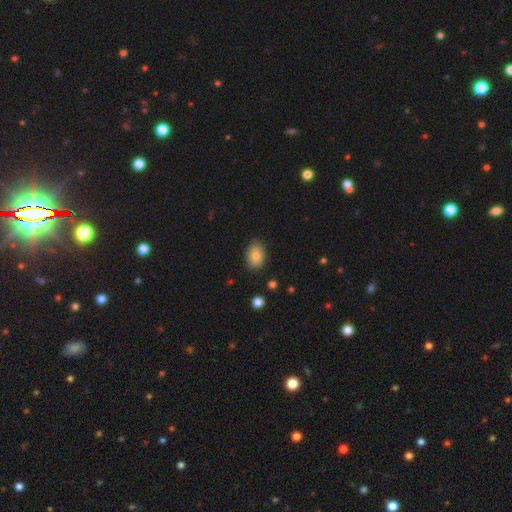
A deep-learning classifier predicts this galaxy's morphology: Smooth or featured: smooth — 83% (star or artifact — 8%)
How rounded: in between — 78% (round — 21%)
Merging: none — 85% (minor disturbance — 11%)